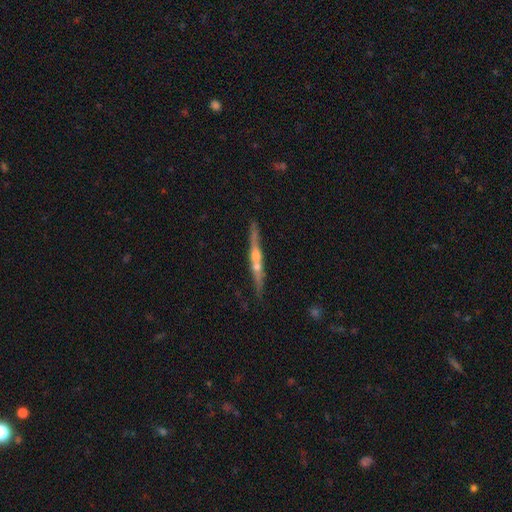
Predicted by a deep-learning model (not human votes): Smooth or featured: featured or disk — 70% (smooth — 23%)
Edge-on disk: yes — 95% (no — 5%)
Edge-on bulge: rounded — 74% (none — 19%)
Merging: none — 75% (minor disturbance — 12%)